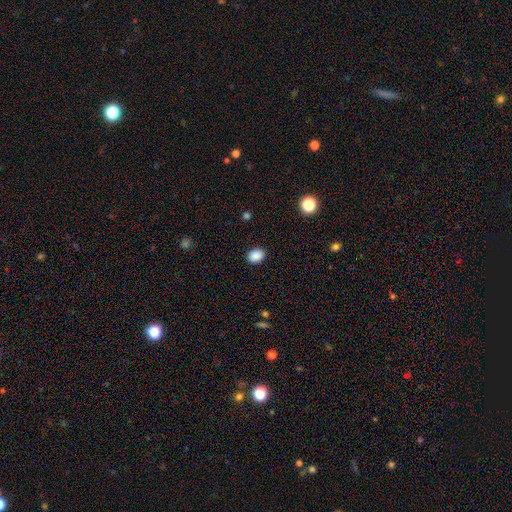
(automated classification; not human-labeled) This is clearly a smooth galaxy (88%). How rounded: likely in between (62%). Merging: clearly none (89%).